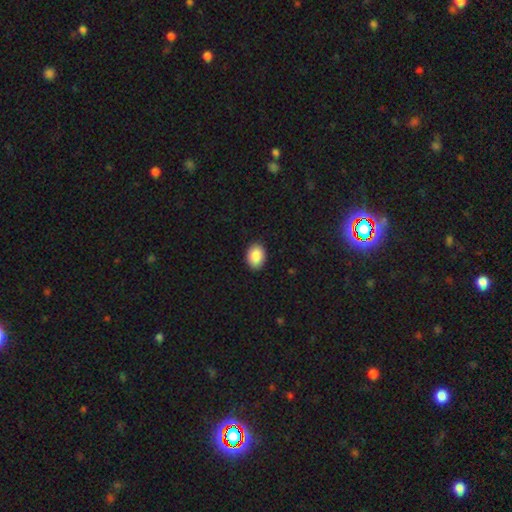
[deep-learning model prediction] Smooth or featured? Predicted: smooth (p=0.89). How rounded? Predicted: in between (p=0.74). Merging? Predicted: none (p=0.90).